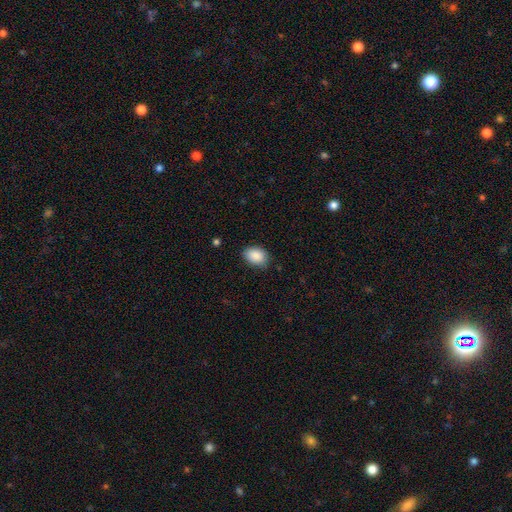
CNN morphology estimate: smooth-or-featured: smooth: 88% | star or artifact: 7% | featured or disk: 4%
  how-rounded: in between: 79% | round: 20% | cigar-shaped: 1%
  merging: none: 78% | minor disturbance: 18% | major disturbance: 3% | merger: 1%